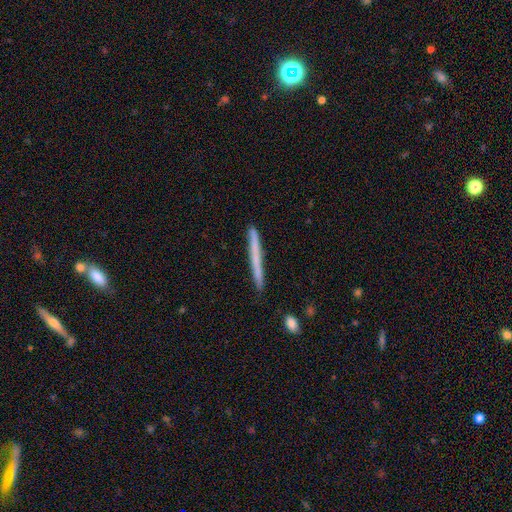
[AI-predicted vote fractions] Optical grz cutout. It shows a smooth galaxy with no disk features (57%) that is cigar-shaped (97%). Merging: none (89%).